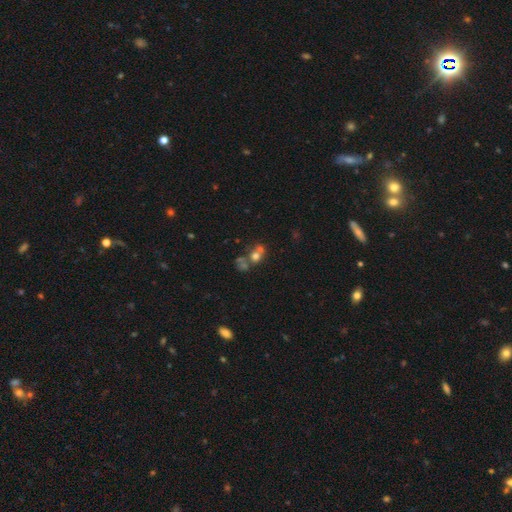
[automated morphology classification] smooth 58%, featured or disk 22%, star or artifact 19%. Down the decision tree: how rounded — round (76%); merging — merger (49%).